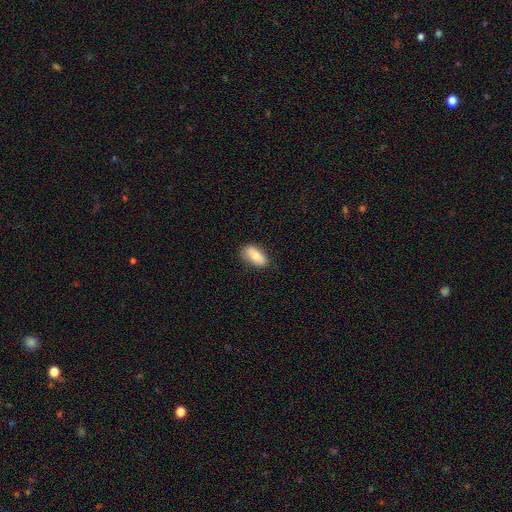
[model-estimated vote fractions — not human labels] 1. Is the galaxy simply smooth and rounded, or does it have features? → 74% smooth, 19% featured or disk, 7% star or artifact.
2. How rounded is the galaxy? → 90% in between, 6% cigar-shaped, 4% round.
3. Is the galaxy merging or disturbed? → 79% none, 16% minor disturbance, 3% major disturbance, 1% merger.